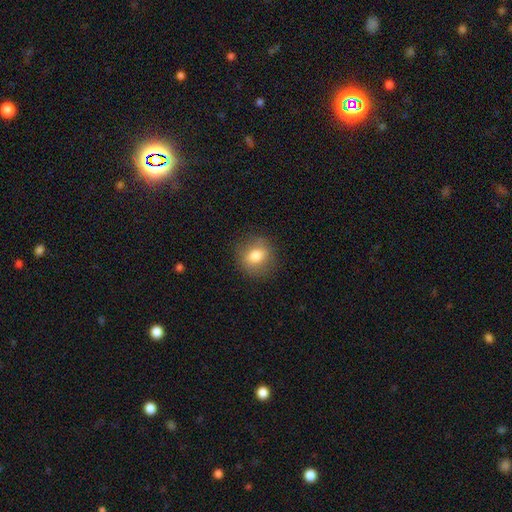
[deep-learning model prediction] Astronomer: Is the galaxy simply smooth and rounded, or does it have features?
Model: smooth — 75%.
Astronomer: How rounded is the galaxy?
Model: round — 74%.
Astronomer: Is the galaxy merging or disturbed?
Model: none — 84%.